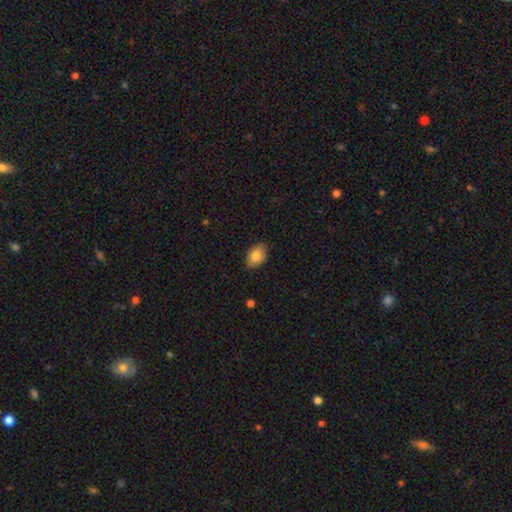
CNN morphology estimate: type=smooth (83%); roundness=in between (87%); merging=none (83%).